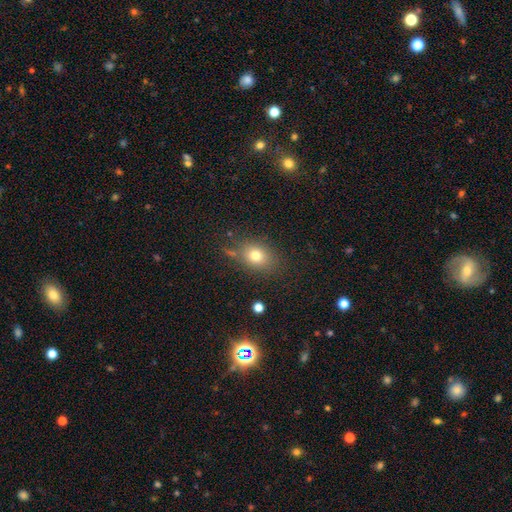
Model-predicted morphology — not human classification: smooth_or_featured: smooth (p=0.76) [alt: star or artifact p=0.13]
how_rounded: in between (p=0.60) [alt: round p=0.39]
merging: none (p=0.75) [alt: minor disturbance p=0.15]